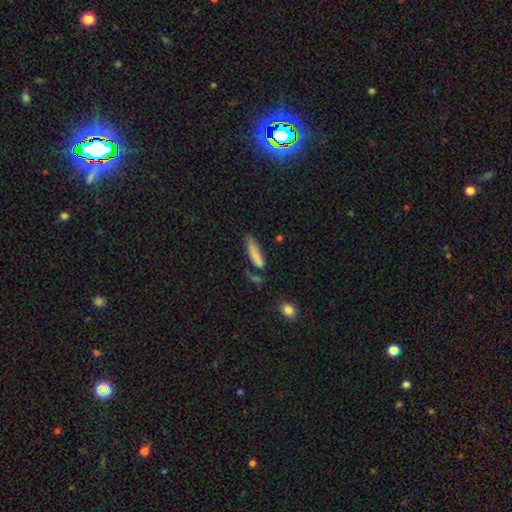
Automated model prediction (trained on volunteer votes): The model was most divided on "merging": none: 57%, minor disturbance: 24%, merger: 11%, major disturbance: 9%. More confident: smooth or featured — smooth (81%); how rounded — cigar-shaped (71%).